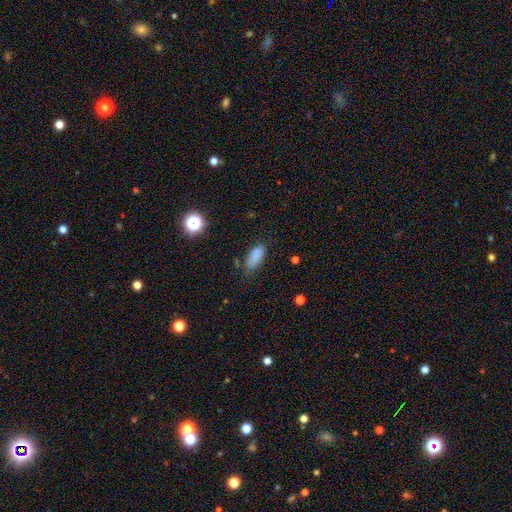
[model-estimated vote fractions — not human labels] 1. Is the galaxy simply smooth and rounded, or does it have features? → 82% smooth, 11% star or artifact, 7% featured or disk.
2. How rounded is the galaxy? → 85% in between, 12% cigar-shaped, 3% round.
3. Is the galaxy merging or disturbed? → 63% none, 26% minor disturbance, 8% major disturbance, 4% merger.